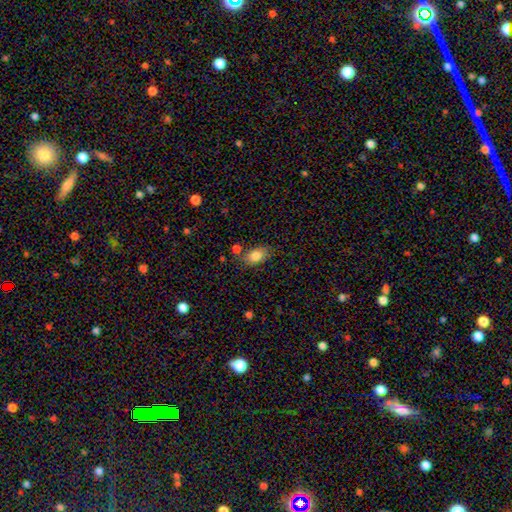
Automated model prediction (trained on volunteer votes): Smooth or featured? smooth (83%)
How rounded? in between (87%)
Merging? none (72%)